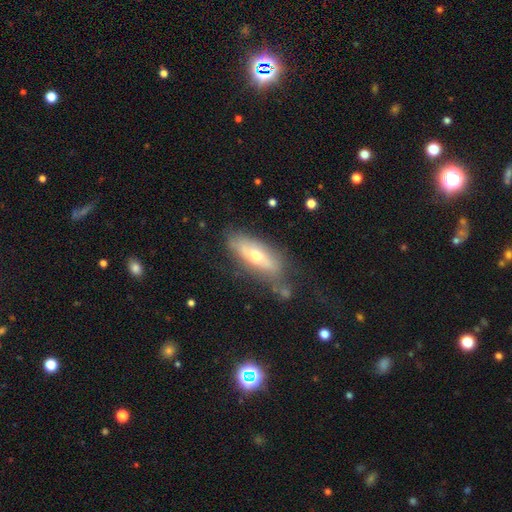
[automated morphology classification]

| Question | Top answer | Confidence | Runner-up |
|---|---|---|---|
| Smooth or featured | featured or disk | 48% | smooth (45%) |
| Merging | none | 56% | minor disturbance (26%) |